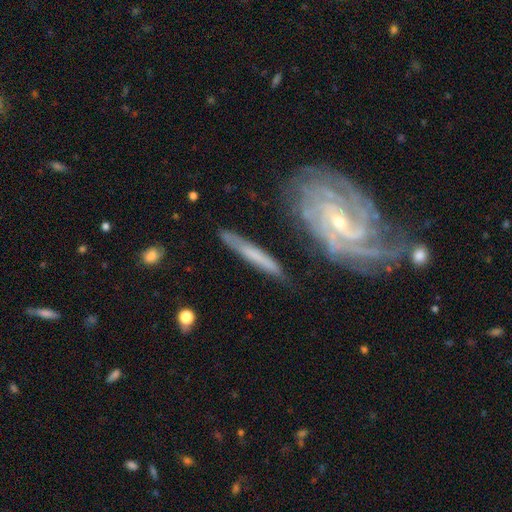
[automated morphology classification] This is possibly a featured or disk galaxy (59%). It is possibly viewed edge-on (56%). Merging: likely none (76%).